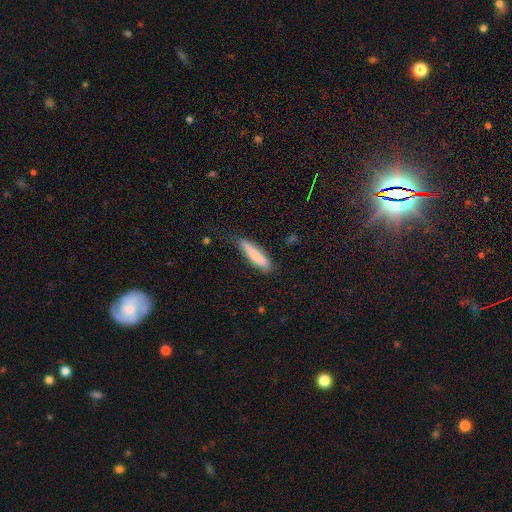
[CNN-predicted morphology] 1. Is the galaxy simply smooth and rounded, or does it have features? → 81% smooth, 13% featured or disk, 6% star or artifact.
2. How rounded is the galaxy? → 86% cigar-shaped, 13% in between, 1% round.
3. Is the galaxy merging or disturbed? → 71% none, 22% minor disturbance, 5% major disturbance, 2% merger.